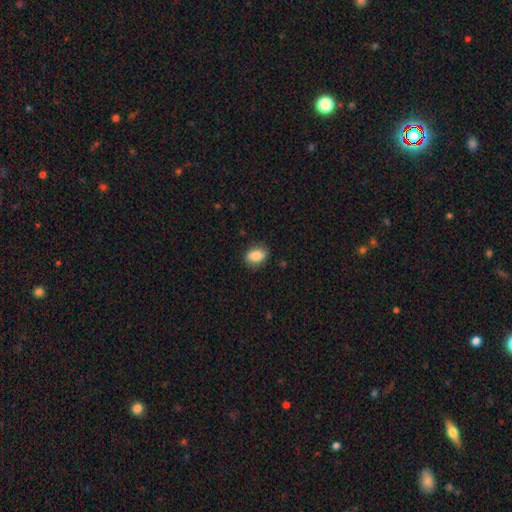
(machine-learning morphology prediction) Smooth or featured?
  - smooth: 86% *
  - star or artifact: 8%
  - featured or disk: 6%
How rounded?
  - in between: 77% *
  - round: 21%
  - cigar-shaped: 1%
Merging?
  - none: 83% *
  - minor disturbance: 13%
  - major disturbance: 3%
  - merger: 1%